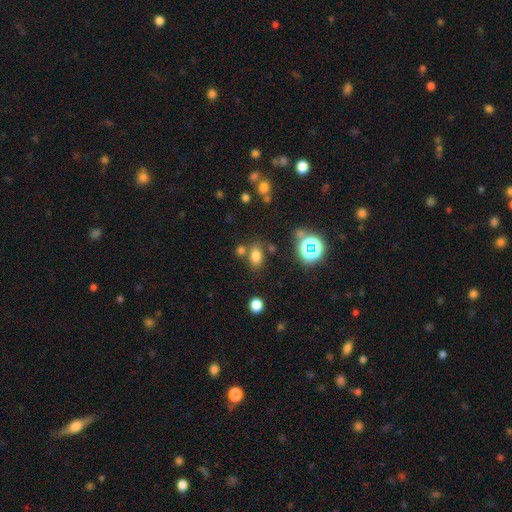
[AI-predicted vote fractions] The model was most divided on "merging": none: 67%, merger: 15%, minor disturbance: 13%, major disturbance: 5%. More confident: how rounded — in between (79%); smooth or featured — smooth (73%).